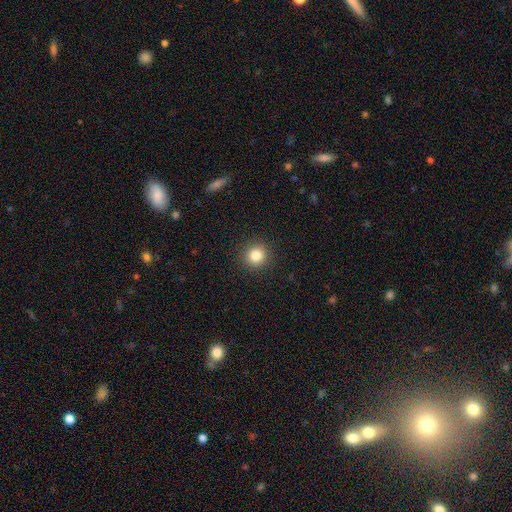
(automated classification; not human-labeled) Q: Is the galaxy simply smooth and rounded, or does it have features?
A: smooth — 83%.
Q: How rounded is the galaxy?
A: round — 93%.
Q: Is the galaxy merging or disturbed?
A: none — 91%.